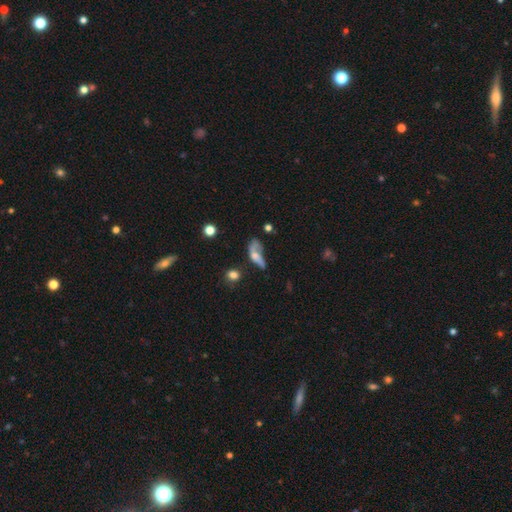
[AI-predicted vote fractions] Morphology: type=smooth (47%); merging=major disturbance (42%).